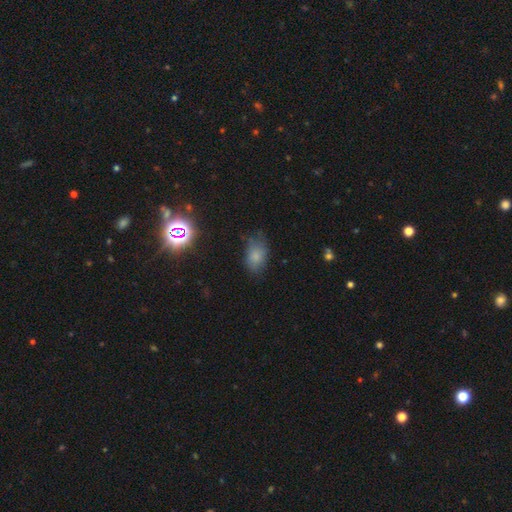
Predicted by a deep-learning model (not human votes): The model was most divided on "merging": none: 58%, minor disturbance: 28%, major disturbance: 11%, merger: 2%. More confident: how rounded — in between (83%); smooth or featured — smooth (72%).